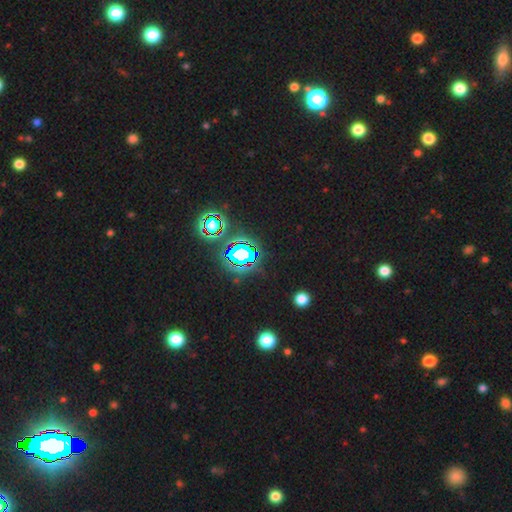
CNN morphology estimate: Smooth or featured? Predicted: star or artifact (p=0.76).